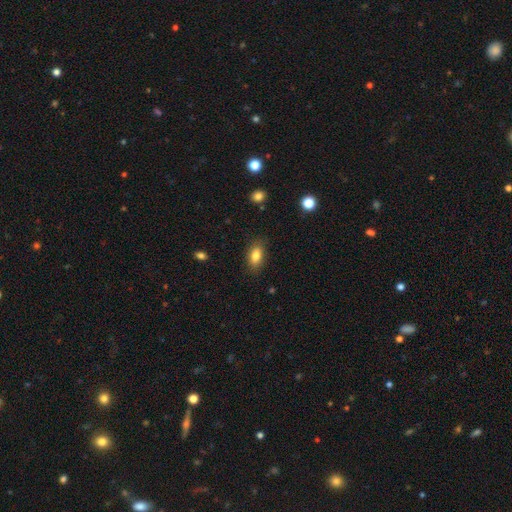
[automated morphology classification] A smooth galaxy with no disk features (84%) that is in between round and cigar-shaped (88%).

Vote fractions:
- Smooth or featured? smooth: 84% / featured or disk: 8% / star or artifact: 8%
- How rounded? in between: 88% / round: 7% / cigar-shaped: 5%
- Merging? none: 83% / minor disturbance: 13% / major disturbance: 3% / merger: 1%